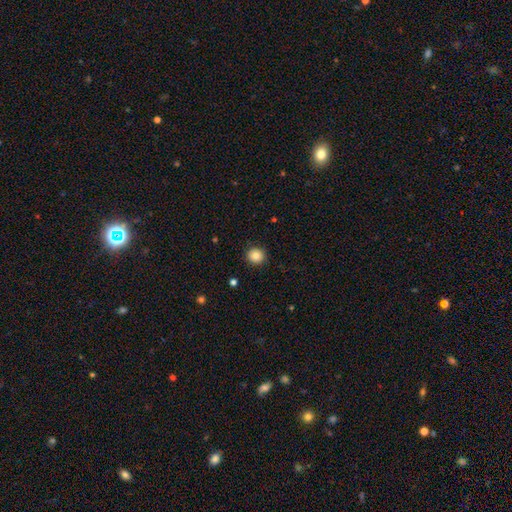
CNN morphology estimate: Smooth or featured?
  - smooth: 83% *
  - star or artifact: 10%
  - featured or disk: 7%
How rounded?
  - round: 91% *
  - in between: 8%
  - cigar-shaped: 1%
Merging?
  - none: 91% *
  - minor disturbance: 6%
  - major disturbance: 2%
  - merger: 1%